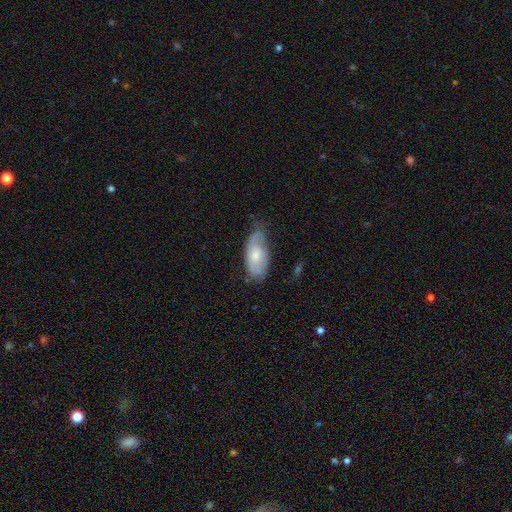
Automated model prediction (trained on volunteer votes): This is likely a smooth galaxy (63%). How rounded: clearly in between (90%). Merging: possibly none (50%).